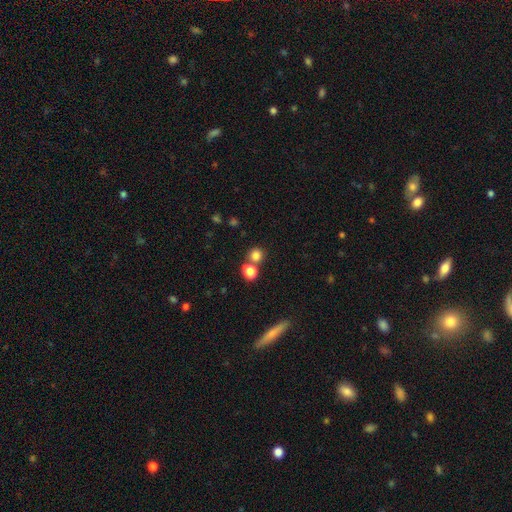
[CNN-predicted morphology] A smooth galaxy with no disk features (80%) that is round (86%). Merging: none (62%).